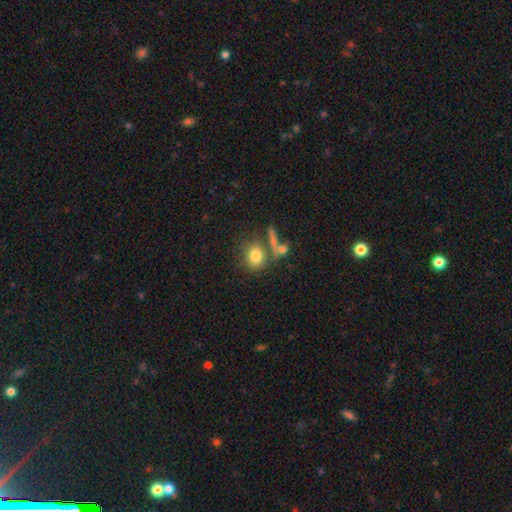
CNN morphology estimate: Smooth or featured? smooth (78%)
How rounded? round (62%)
Merging? none (59%)